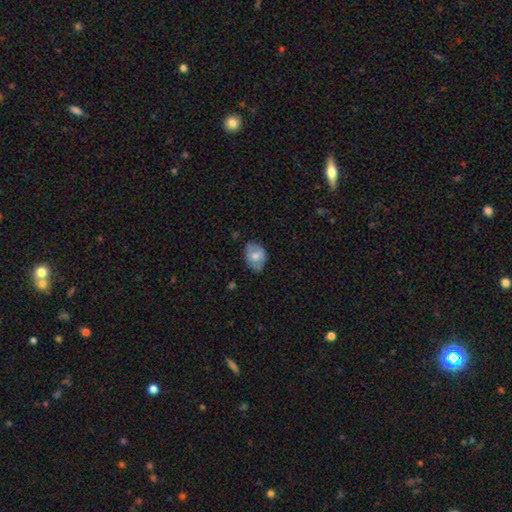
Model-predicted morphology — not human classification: A smooth galaxy with no disk features (57%) that is in between round and cigar-shaped (71%). Merging: none (67%).